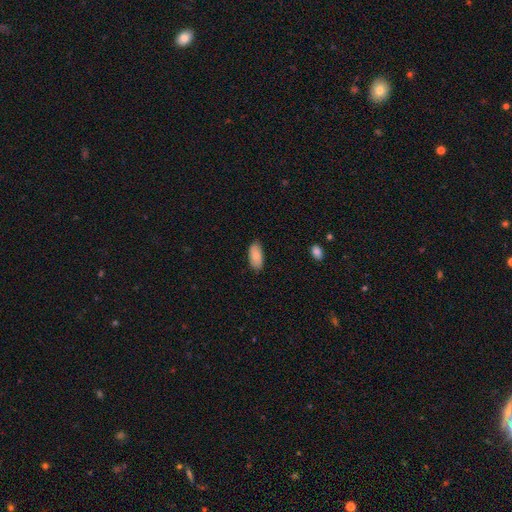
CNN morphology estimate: This appears to be a smooth galaxy with no disk features (88%) that is in between round and cigar-shaped (92%). Merging: none (85%).